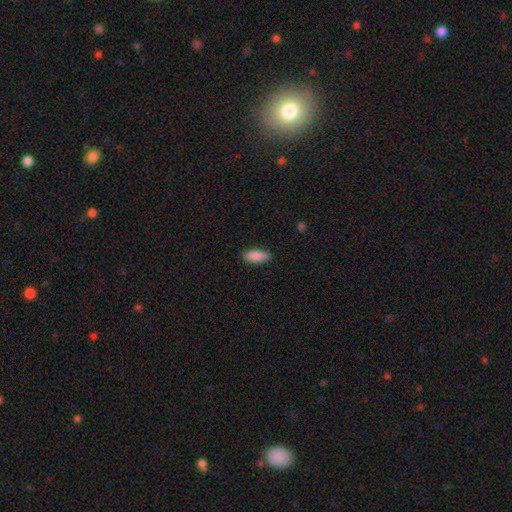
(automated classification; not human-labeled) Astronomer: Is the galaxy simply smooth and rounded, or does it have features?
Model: smooth — 89%.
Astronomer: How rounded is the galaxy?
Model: in between — 79%.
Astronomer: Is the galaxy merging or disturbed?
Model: none — 81%.